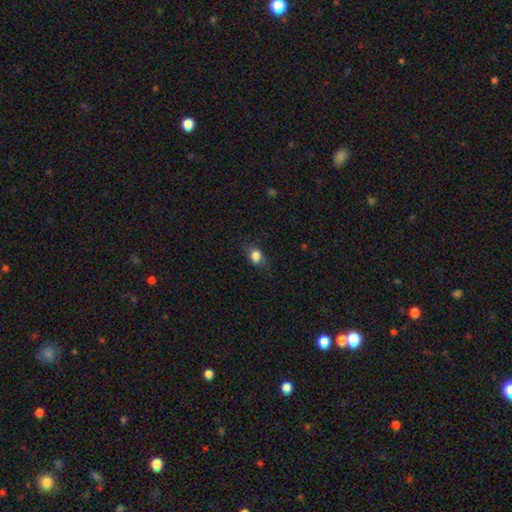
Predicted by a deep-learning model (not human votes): This is clearly a smooth galaxy (81%). How rounded: likely in between (62%). Merging: likely none (76%).